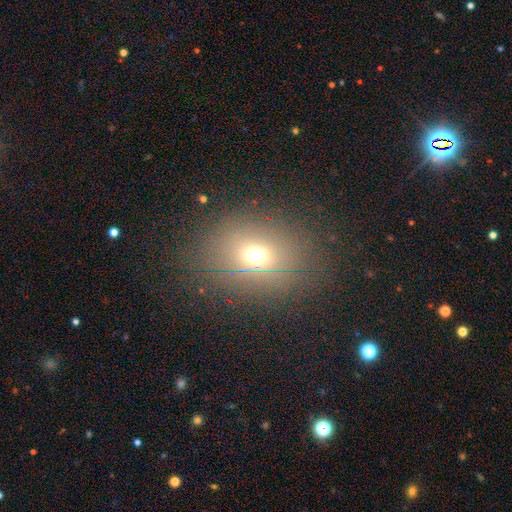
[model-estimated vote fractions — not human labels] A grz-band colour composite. It shows a smooth galaxy with no disk features (65%) that is in between round and cigar-shaped (51%). Merging: none (79%).